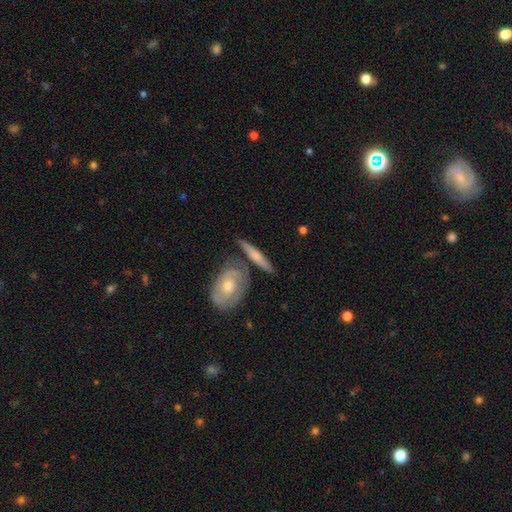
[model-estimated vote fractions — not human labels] Q: Smooth or featured?
A: smooth (49%); runner-up: featured or disk (46%)
Q: Merging?
A: none (64%); runner-up: minor disturbance (16%)